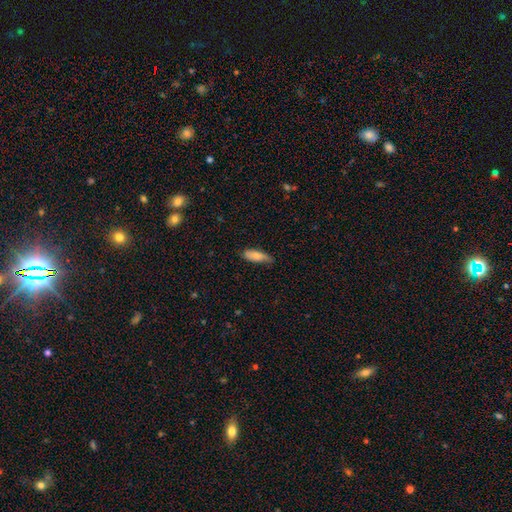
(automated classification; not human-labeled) Smooth or featured: smooth — 77% (featured or disk — 17%)
How rounded: in between — 60% (cigar-shaped — 38%)
Merging: none — 65% (minor disturbance — 29%)